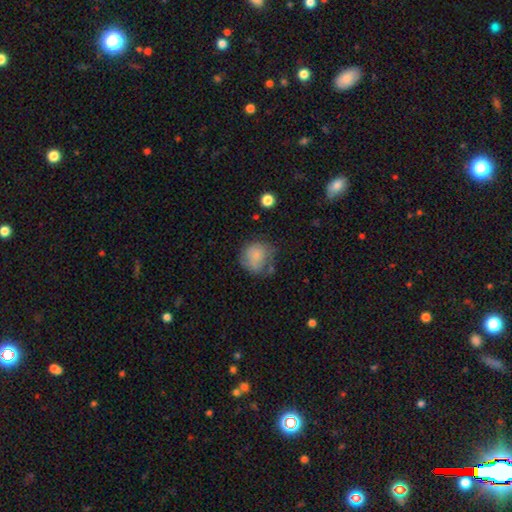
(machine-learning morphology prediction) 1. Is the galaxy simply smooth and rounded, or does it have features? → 71% smooth, 20% featured or disk, 9% star or artifact.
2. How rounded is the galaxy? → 82% round, 17% in between, 1% cigar-shaped.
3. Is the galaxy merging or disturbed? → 50% none, 29% minor disturbance, 16% major disturbance, 6% merger.